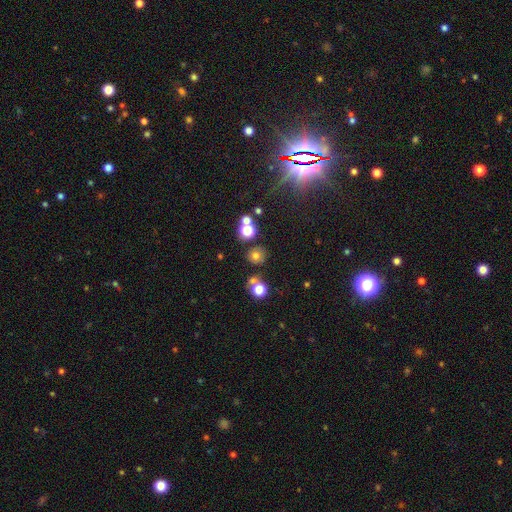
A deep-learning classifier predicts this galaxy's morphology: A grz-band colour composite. It shows a smooth galaxy with no disk features (70%) that is round (89%). Merging: none (74%).